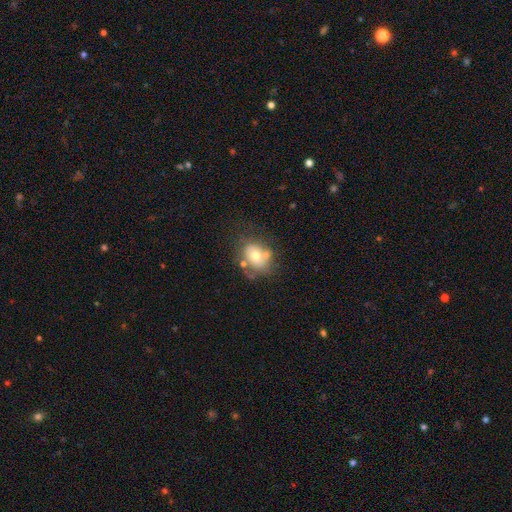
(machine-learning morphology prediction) Q: Smooth or featured?
A: smooth (58%); runner-up: featured or disk (32%)
Q: How rounded?
A: round (50%); runner-up: in between (49%)
Q: Merging?
A: none (47%); runner-up: minor disturbance (23%)